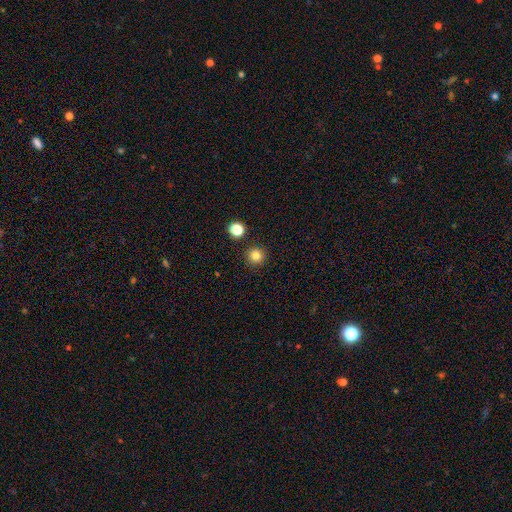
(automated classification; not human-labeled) A smooth galaxy with no disk features (82%) that is round (95%).

Vote fractions:
- Smooth or featured? smooth: 82% / star or artifact: 13% / featured or disk: 5%
- How rounded? round: 95% / in between: 4% / cigar-shaped: 1%
- Merging? none: 90% / minor disturbance: 5% / merger: 3% / major disturbance: 2%